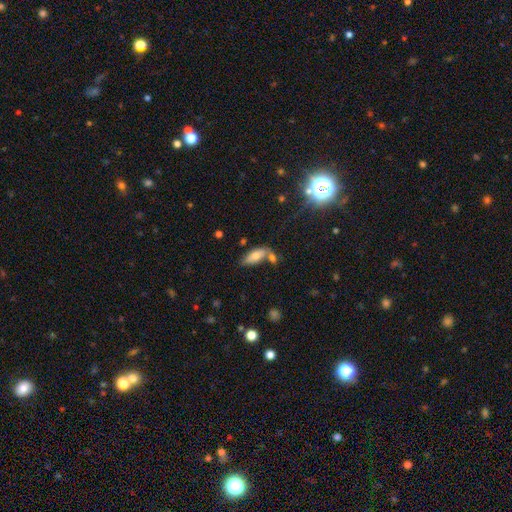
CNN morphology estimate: smooth 70%, featured or disk 22%, star or artifact 9%. Down the decision tree: how rounded — in between (80%); merging — none (53%).